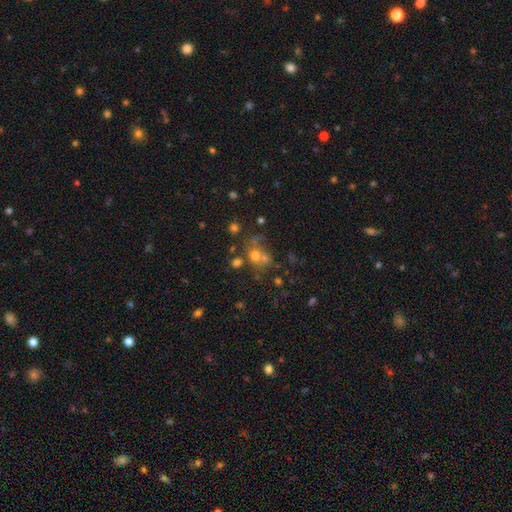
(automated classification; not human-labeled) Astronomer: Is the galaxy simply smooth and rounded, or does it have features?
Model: smooth — 56%.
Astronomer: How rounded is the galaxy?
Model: round — 78%.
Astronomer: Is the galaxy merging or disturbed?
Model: none — 45% (runner-up: merger, 37%).